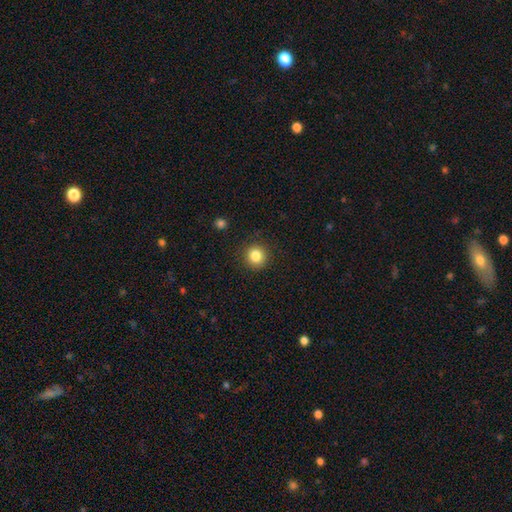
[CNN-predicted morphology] A smooth galaxy with no disk features (84%) that is round (91%).

Vote fractions:
- Smooth or featured? smooth: 84% / star or artifact: 10% / featured or disk: 5%
- How rounded? round: 91% / in between: 8% / cigar-shaped: 1%
- Merging? none: 91% / minor disturbance: 6% / major disturbance: 2% / merger: 1%